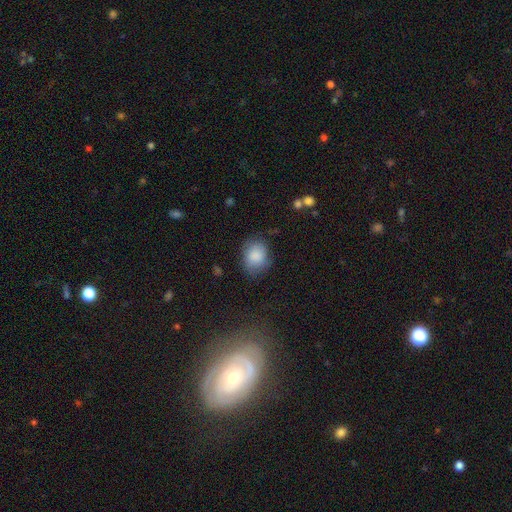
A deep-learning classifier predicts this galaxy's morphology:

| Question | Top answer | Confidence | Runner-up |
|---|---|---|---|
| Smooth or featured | smooth | 84% | featured or disk (8%) |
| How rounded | round | 53% | in between (46%) |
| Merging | none | 69% | minor disturbance (23%) |